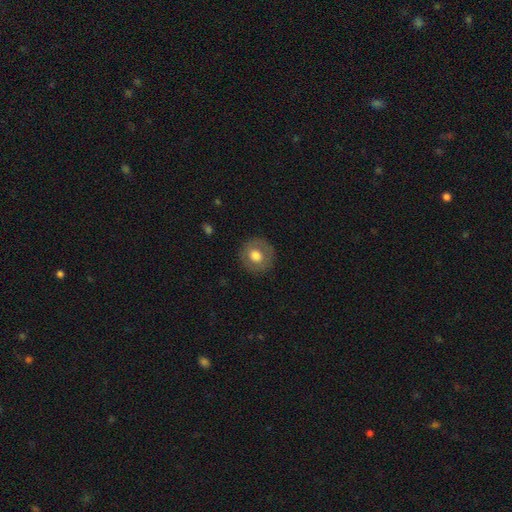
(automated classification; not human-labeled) A smooth galaxy with no disk features (65%) that is round (91%).

Vote fractions:
- Smooth or featured? smooth: 65% / featured or disk: 27% / star or artifact: 7%
- How rounded? round: 91% / in between: 8% / cigar-shaped: 1%
- Merging? none: 87% / minor disturbance: 9% / major disturbance: 3% / merger: 1%